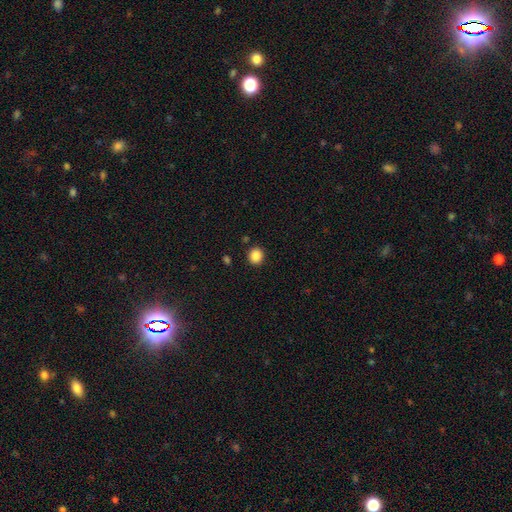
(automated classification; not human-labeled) Morphology: type=smooth (87%); roundness=round (85%); merging=none (90%).